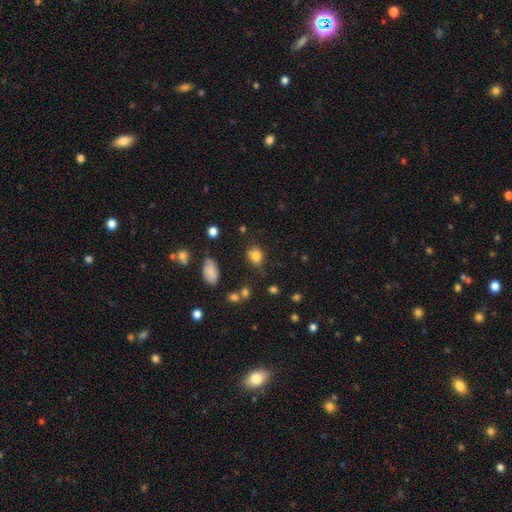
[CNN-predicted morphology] Q: Smooth or featured?
A: smooth (81%); runner-up: star or artifact (12%)
Q: How rounded?
A: round (52%); runner-up: in between (47%)
Q: Merging?
A: none (71%); runner-up: minor disturbance (20%)